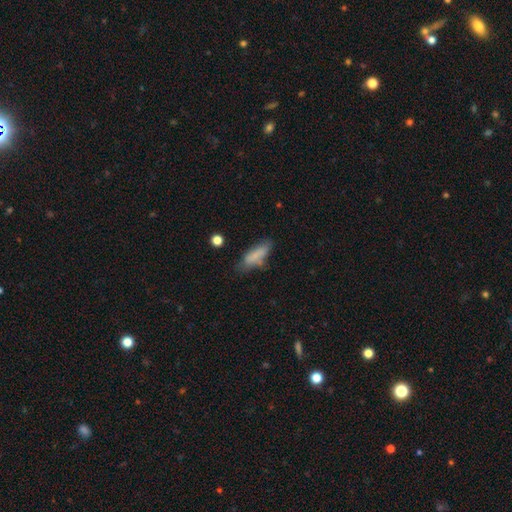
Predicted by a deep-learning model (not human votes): Smooth or featured?
  - smooth: 78% *
  - featured or disk: 14%
  - star or artifact: 8%
How rounded?
  - in between: 58% *
  - cigar-shaped: 39%
  - round: 2%
Merging?
  - none: 57% *
  - minor disturbance: 27%
  - major disturbance: 9%
  - merger: 6%